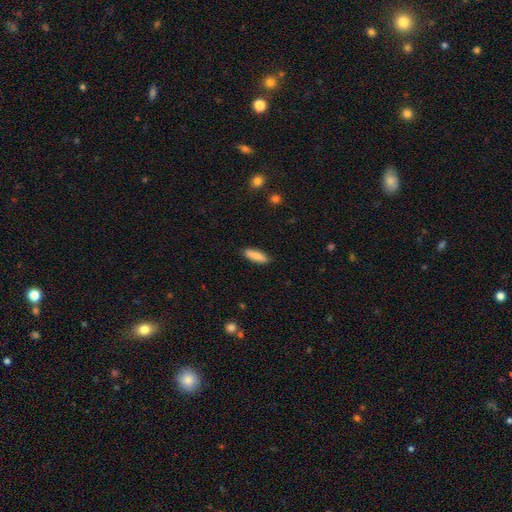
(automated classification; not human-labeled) smooth-or-featured: smooth: 87% | featured or disk: 7% | star or artifact: 6%
  how-rounded: in between: 49% (tied) | cigar-shaped: 49% (tied) | round: 2%
  merging: none: 87% | minor disturbance: 10% | major disturbance: 2% | merger: 1%